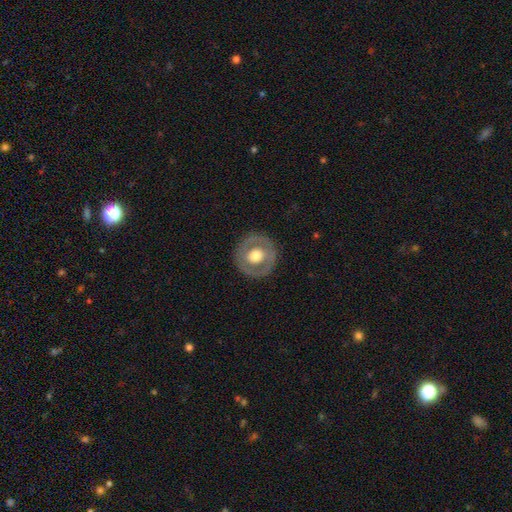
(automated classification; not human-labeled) The model was most divided on "smooth or featured": featured or disk: 48%, smooth: 46%, star or artifact: 6%. More confident: merging — none (86%).